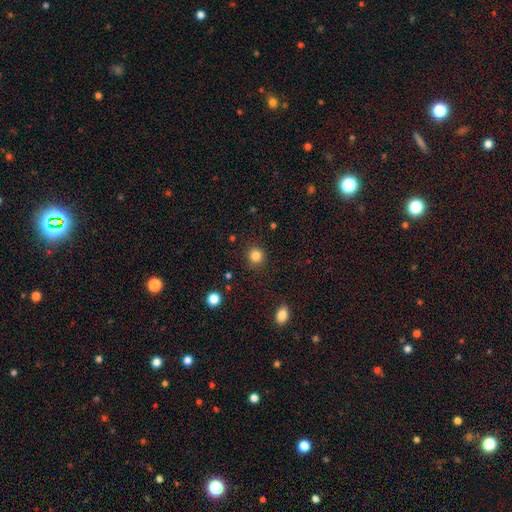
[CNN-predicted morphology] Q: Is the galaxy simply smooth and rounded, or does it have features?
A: smooth — 84%.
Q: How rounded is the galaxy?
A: round — 91%.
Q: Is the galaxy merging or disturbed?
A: none — 90%.